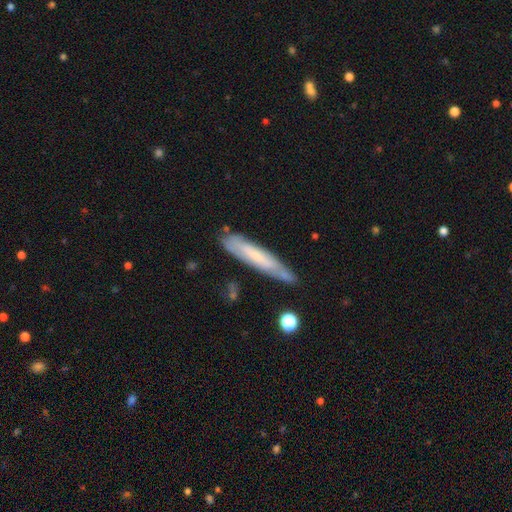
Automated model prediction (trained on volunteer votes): A featured or disk galaxy (47%, tied with smooth). Merging: none (66%).